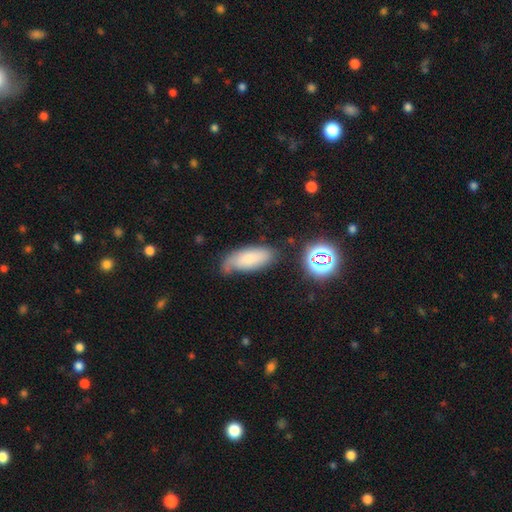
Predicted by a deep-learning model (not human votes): This is likely a smooth galaxy (71%). How rounded: clearly in between (83%). Merging: possibly none (56%).